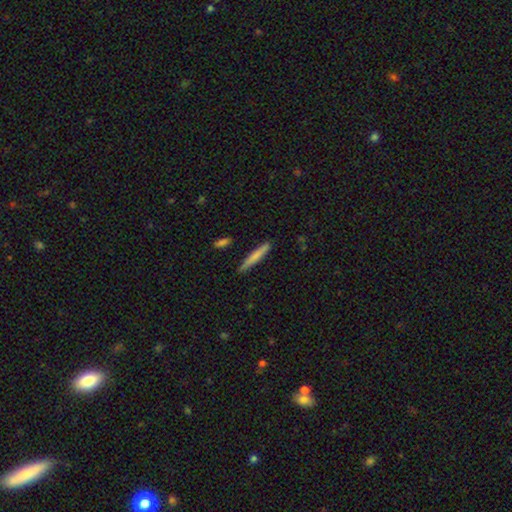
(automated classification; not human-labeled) Morphology: type=smooth (74%); roundness=cigar-shaped (94%); merging=none (84%).